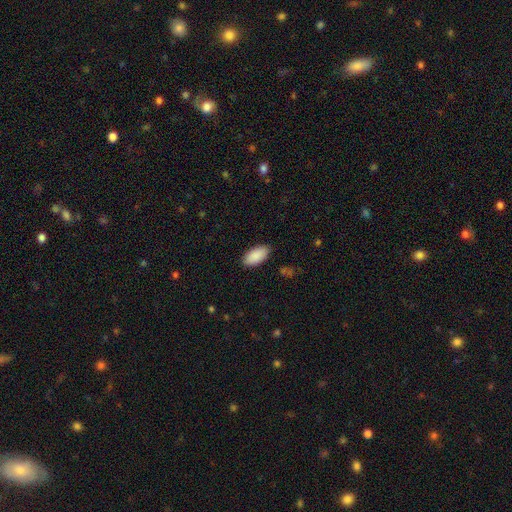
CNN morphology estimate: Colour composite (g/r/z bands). It shows a smooth galaxy with no disk features (90%) that is in between round and cigar-shaped (94%). Merging: none (87%).